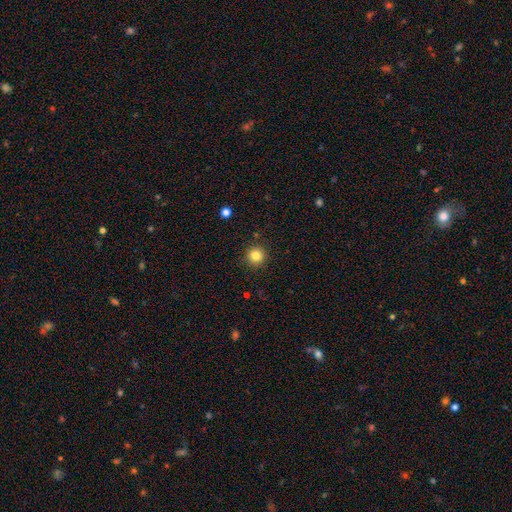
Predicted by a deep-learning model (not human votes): A smooth galaxy with no disk features (83%) that is round (95%).

Vote fractions:
- Smooth or featured? smooth: 83% / star or artifact: 11% / featured or disk: 5%
- How rounded? round: 95% / in between: 4% / cigar-shaped: 1%
- Merging? none: 91% / minor disturbance: 5% / major disturbance: 2% / merger: 1%